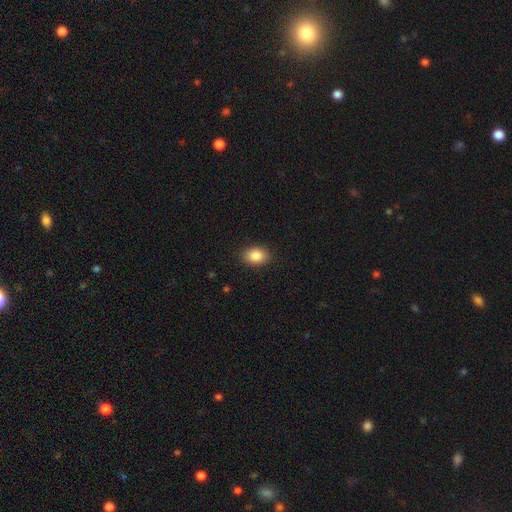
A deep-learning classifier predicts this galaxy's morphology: The model was most divided on "how rounded": in between: 78%, round: 21%, cigar-shaped: 1%. More confident: merging — none (88%); smooth or featured — smooth (87%).